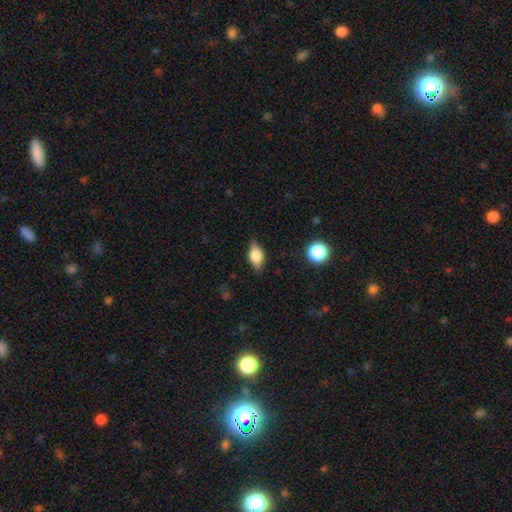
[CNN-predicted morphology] Smooth or featured? Predicted: smooth (p=0.64). How rounded? Predicted: in between (p=0.80). Merging? Predicted: none (p=0.78).